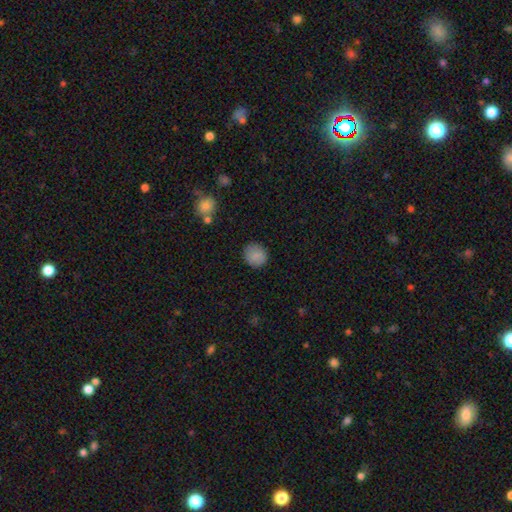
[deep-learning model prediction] smooth-or-featured: smooth: 86% | star or artifact: 9% | featured or disk: 6%
  how-rounded: round: 86% | in between: 13% | cigar-shaped: 1%
  merging: none: 87% | minor disturbance: 9% | major disturbance: 2% | merger: 1%